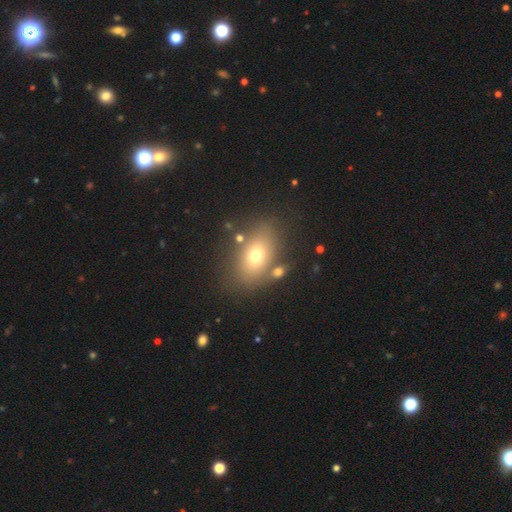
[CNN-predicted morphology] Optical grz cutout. It shows a smooth galaxy with no disk features (68%) that is in between round and cigar-shaped (76%). Merging: none (72%).